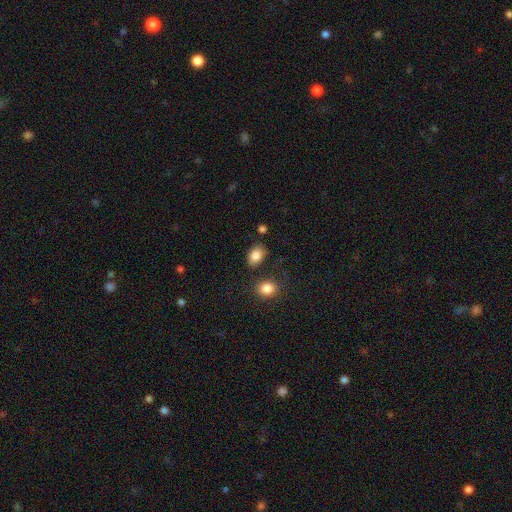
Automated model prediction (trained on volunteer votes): Smooth or featured: smooth — 84% (star or artifact — 9%)
How rounded: in between — 78% (round — 21%)
Merging: none — 77% (minor disturbance — 13%)